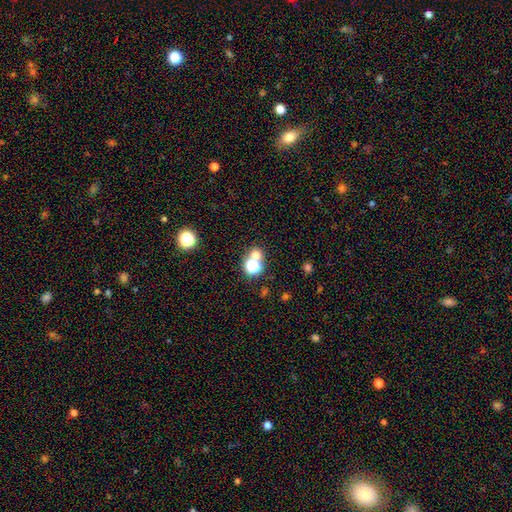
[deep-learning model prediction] A smooth galaxy with no disk features (61%) that is round (83%). Merging: none (58%).